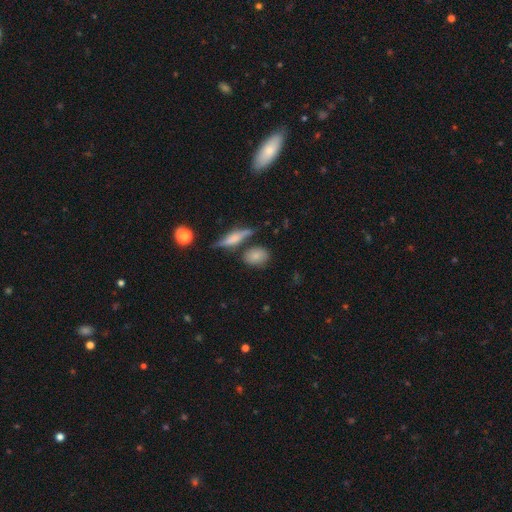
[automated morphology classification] Smooth or featured? smooth (77%)
How rounded? in between (69%)
Merging? none (65%)